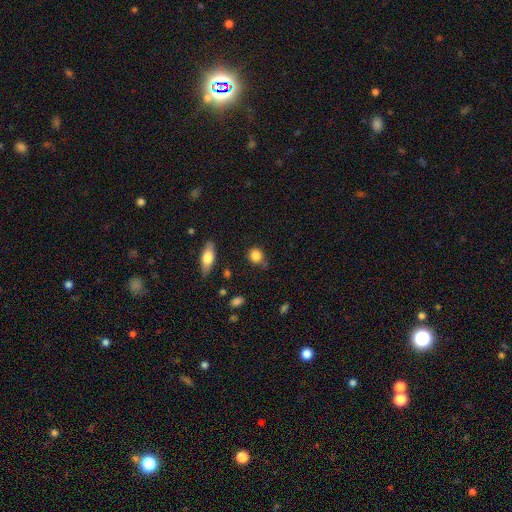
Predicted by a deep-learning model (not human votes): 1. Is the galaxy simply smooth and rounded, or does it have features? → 84% smooth, 10% star or artifact, 6% featured or disk.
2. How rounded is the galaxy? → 80% round, 18% in between, 2% cigar-shaped.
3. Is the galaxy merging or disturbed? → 70% none, 20% minor disturbance, 5% merger, 5% major disturbance.